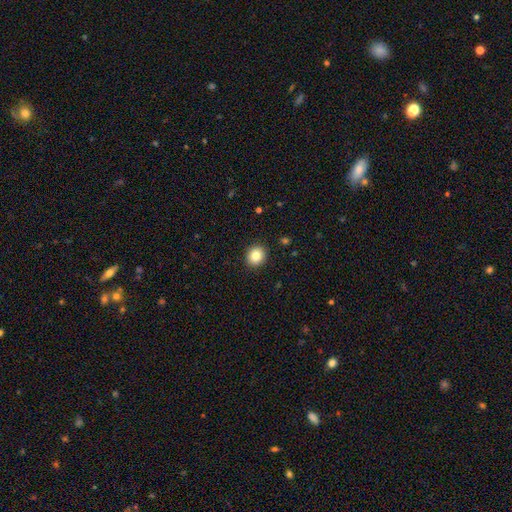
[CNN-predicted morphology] This is clearly a smooth galaxy (84%). How rounded: likely round (79%). Merging: clearly none (92%).